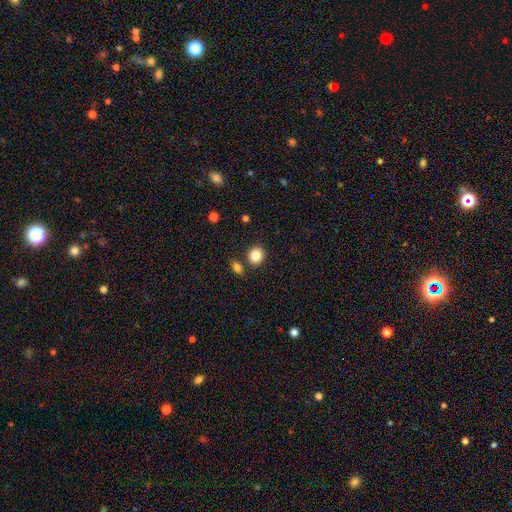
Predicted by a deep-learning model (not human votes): Smooth or featured?
  - smooth: 85% *
  - star or artifact: 10%
  - featured or disk: 5%
How rounded?
  - round: 75% *
  - in between: 24%
  - cigar-shaped: 1%
Merging?
  - none: 81% *
  - merger: 9%
  - minor disturbance: 8%
  - major disturbance: 2%